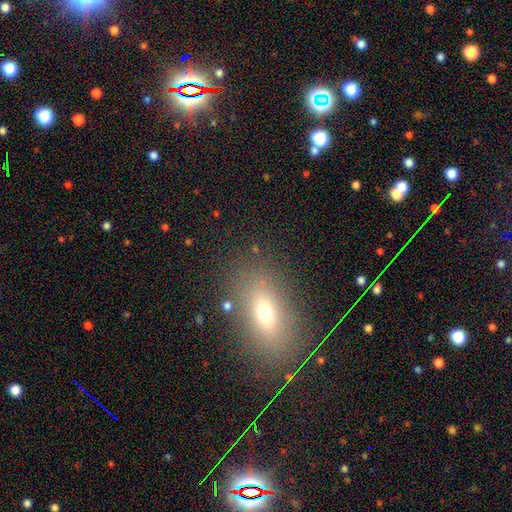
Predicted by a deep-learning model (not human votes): Q: Smooth or featured?
A: smooth (52%); runner-up: star or artifact (31%)
Q: How rounded?
A: in between (76%); runner-up: round (14%)
Q: Merging?
A: none (86%); runner-up: minor disturbance (8%)